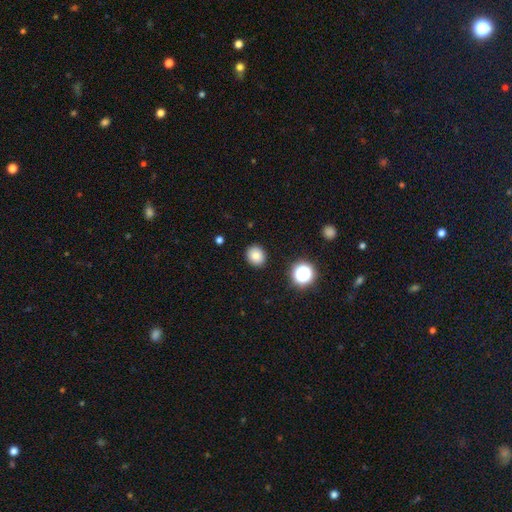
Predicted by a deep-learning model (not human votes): smooth 81%, star or artifact 12%, featured or disk 7%. Down the decision tree: how rounded — round (72%); merging — none (90%).